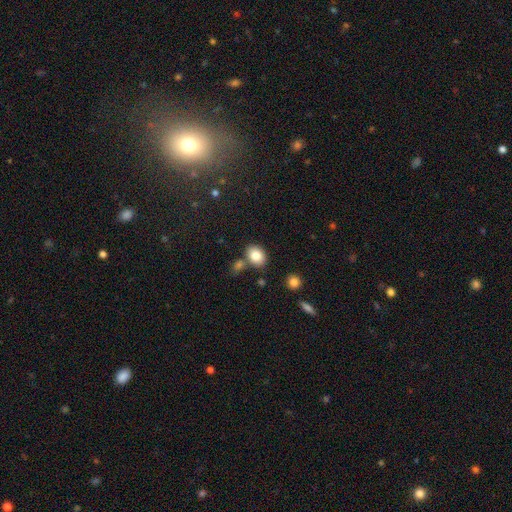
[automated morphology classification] This is clearly a smooth galaxy (83%). How rounded: likely in between (65%). Merging: likely none (70%).